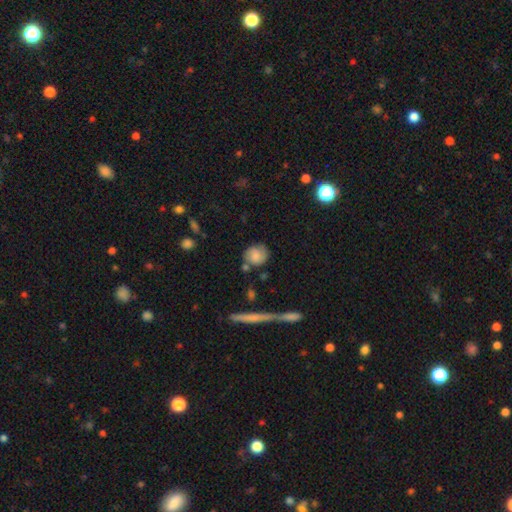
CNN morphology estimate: Smooth or featured? Predicted: smooth (p=0.59). How rounded? Predicted: round (p=0.73). Merging? Predicted: none (p=0.70).